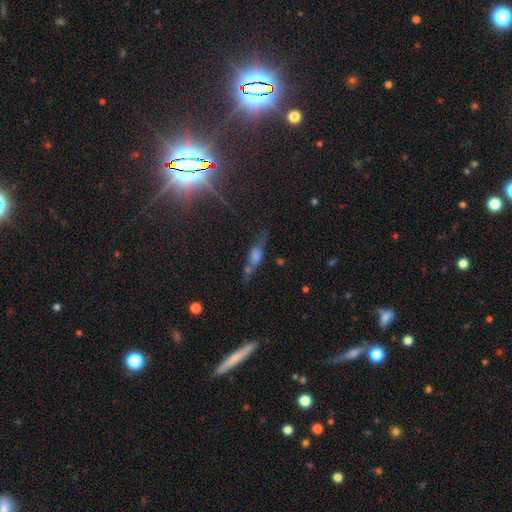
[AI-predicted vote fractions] Smooth or featured: featured or disk — 42% (smooth — 39%)
Merging: none — 59% (minor disturbance — 21%)